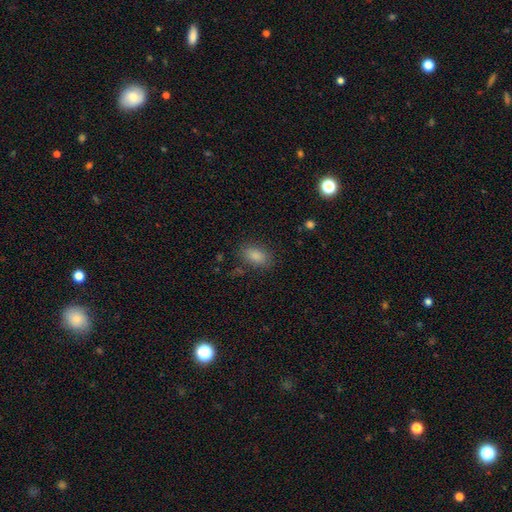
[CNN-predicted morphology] The model was most divided on "merging": none: 82%, minor disturbance: 12%, major disturbance: 4%, merger: 2%. More confident: how rounded — in between (89%); smooth or featured — smooth (86%).